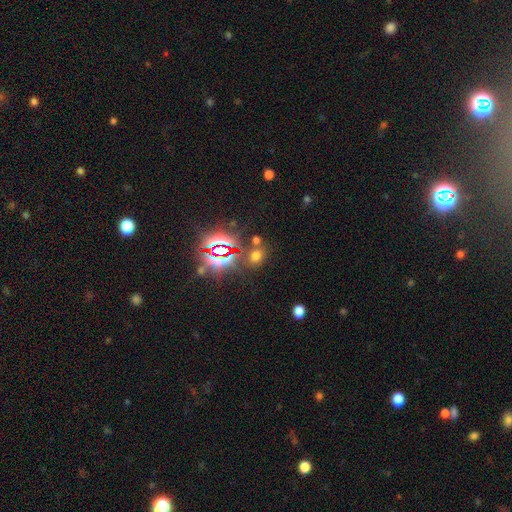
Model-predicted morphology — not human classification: Overall: smooth (51%; star or artifact 41%). How rounded: round (52%; in between 46%). Merging: none (73%).